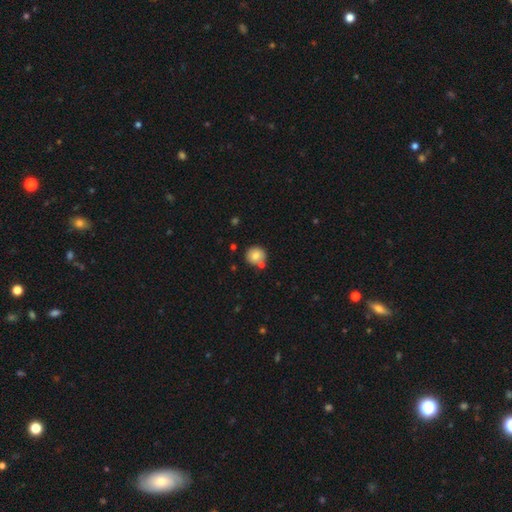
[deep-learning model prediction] Smooth or featured? smooth (79%)
How rounded? round (91%)
Merging? none (71%)